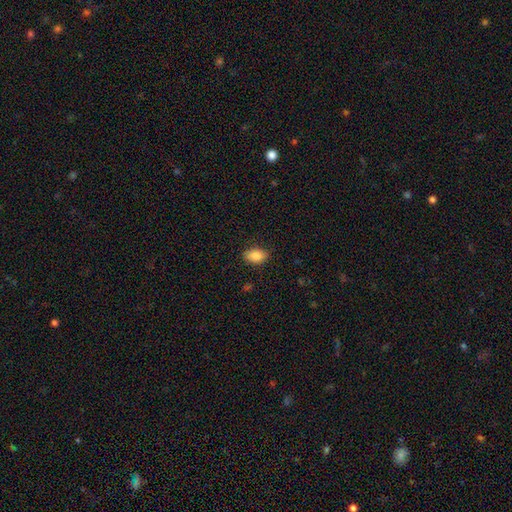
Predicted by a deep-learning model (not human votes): A smooth galaxy with no disk features (86%) that is in between round and cigar-shaped (86%).

Vote fractions:
- Smooth or featured? smooth: 86% / star or artifact: 8% / featured or disk: 6%
- How rounded? in between: 86% / round: 12% / cigar-shaped: 2%
- Merging? none: 84% / minor disturbance: 13% / major disturbance: 3% / merger: 1%